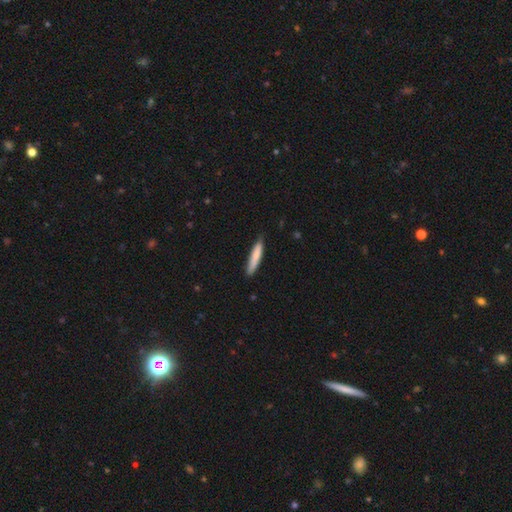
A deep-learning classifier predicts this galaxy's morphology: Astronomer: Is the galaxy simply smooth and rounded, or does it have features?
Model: smooth — 79%.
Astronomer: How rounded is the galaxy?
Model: cigar-shaped — 89%.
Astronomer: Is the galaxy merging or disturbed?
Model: none — 81%.